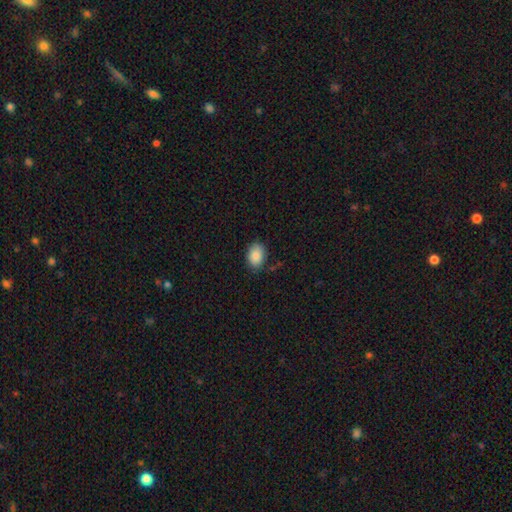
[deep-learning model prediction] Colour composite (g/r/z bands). It shows a smooth galaxy with no disk features (89%) that is in between round and cigar-shaped (79%). Merging: none (82%).